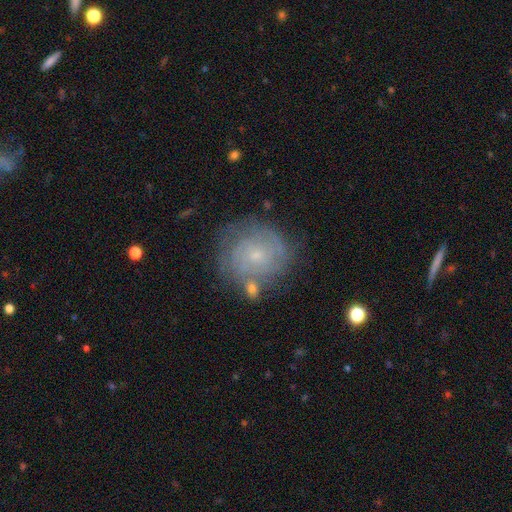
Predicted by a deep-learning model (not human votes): Smooth or featured? featured or disk (73%)
Edge-on disk? no (98%)
Bar? no (78%)
Spiral arms? yes (90%)
Spiral winding? tight (73%)
Spiral arm count? can't tell (42%)
Bulge size? small (76%)
Merging? none (71%)